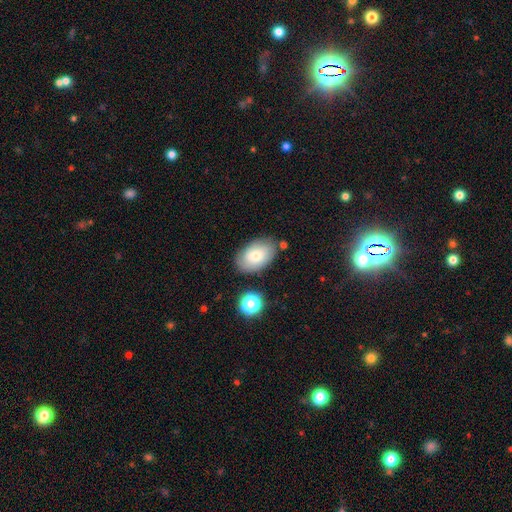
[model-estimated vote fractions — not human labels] This appears to be a smooth galaxy with no disk features (66%) that is in between round and cigar-shaped (89%). Merging: none (76%).